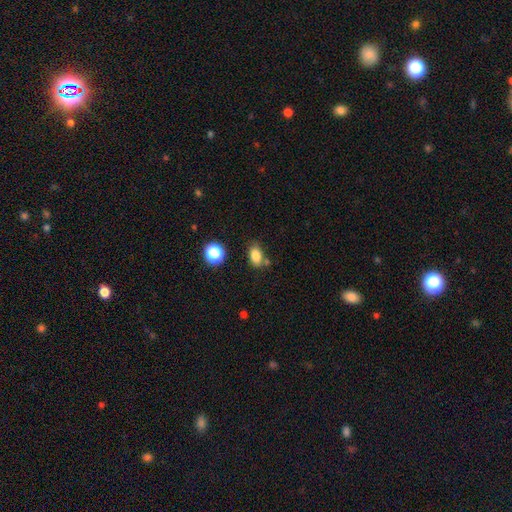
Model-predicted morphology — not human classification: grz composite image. It shows a smooth galaxy with no disk features (82%) that is in between round and cigar-shaped (83%). Merging: none (70%).